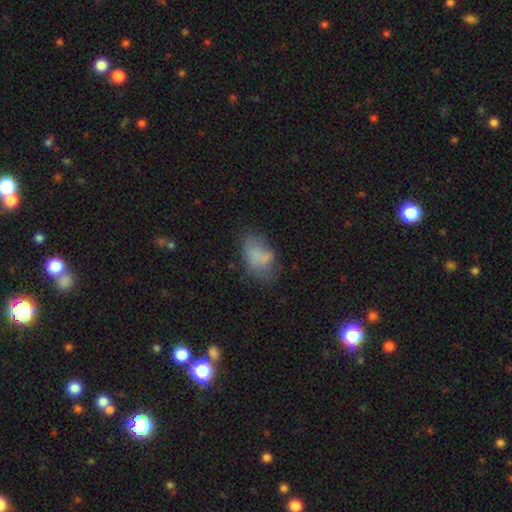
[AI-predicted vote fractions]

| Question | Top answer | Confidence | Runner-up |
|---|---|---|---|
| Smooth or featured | smooth | 71% | featured or disk (18%) |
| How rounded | in between | 90% | round (8%) |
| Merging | none | 48% | minor disturbance (29%) |